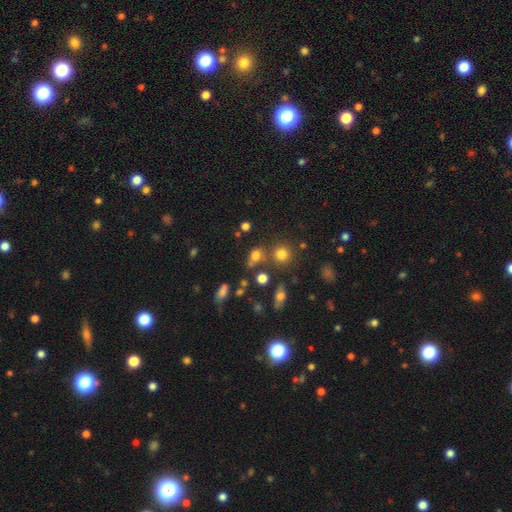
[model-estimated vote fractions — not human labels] Smooth or featured? smooth (72%)
How rounded? round (52%)
Merging? none (57%)